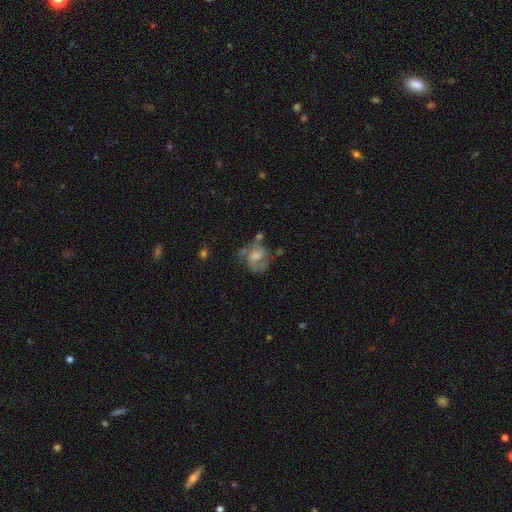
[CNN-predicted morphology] A featured or disk galaxy (62%) with no bar (63%), spiral arms (76%) and a moderate central bulge (40%).

Vote fractions:
- Smooth or featured? featured or disk: 62% / smooth: 30% / star or artifact: 8%
- Edge-on disk? no: 97% / yes: 3%
- Bar? no: 63% / weak: 31% / strong: 6%
- Spiral arms? yes: 76% / no: 24%
- Bulge size? moderate: 40% / small: 26% / large: 16% / none: 16% / dominant: 2%
- Merging? none: 46% / minor disturbance: 24% / major disturbance: 22% / merger: 9%